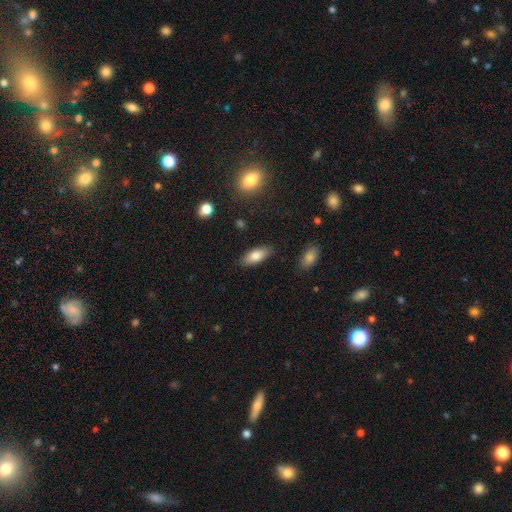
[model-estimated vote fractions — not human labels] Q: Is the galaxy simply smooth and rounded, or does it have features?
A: smooth — 80%.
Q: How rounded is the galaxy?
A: in between — 80%.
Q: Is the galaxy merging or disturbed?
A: none — 86%.